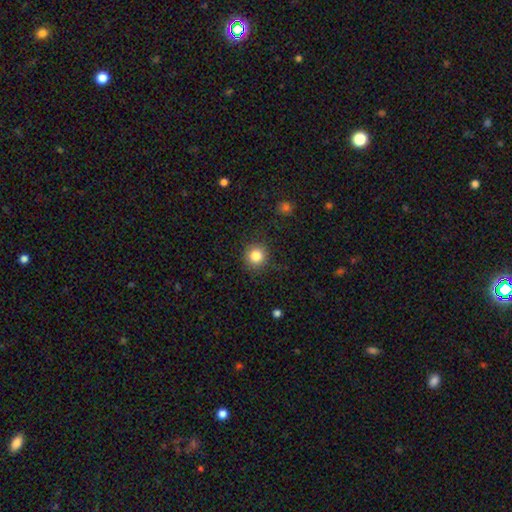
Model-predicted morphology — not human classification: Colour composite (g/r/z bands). It shows a smooth galaxy with no disk features (84%) that is round (93%). Merging: none (87%).